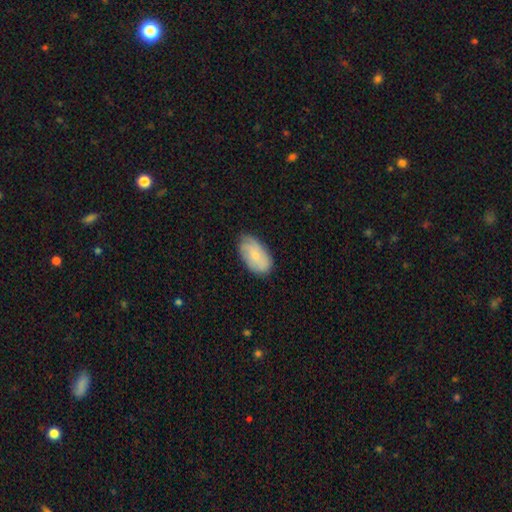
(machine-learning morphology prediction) This is likely a smooth galaxy (61%). How rounded: clearly in between (93%). Merging: likely none (75%).